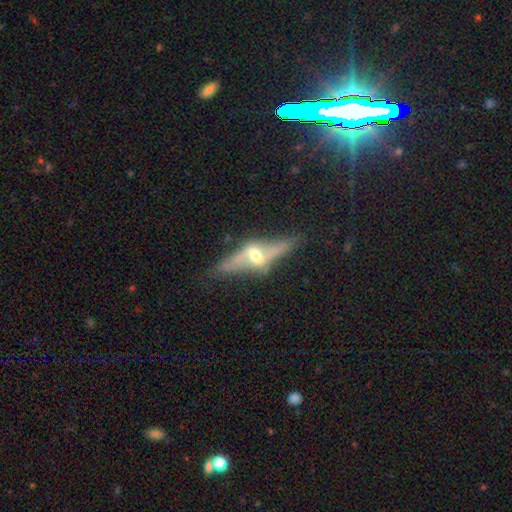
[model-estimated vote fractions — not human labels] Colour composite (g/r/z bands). It shows a featured or disk galaxy (76%) viewed edge-on (67%) with a rounded central bulge (86%). Merging: none (60%).